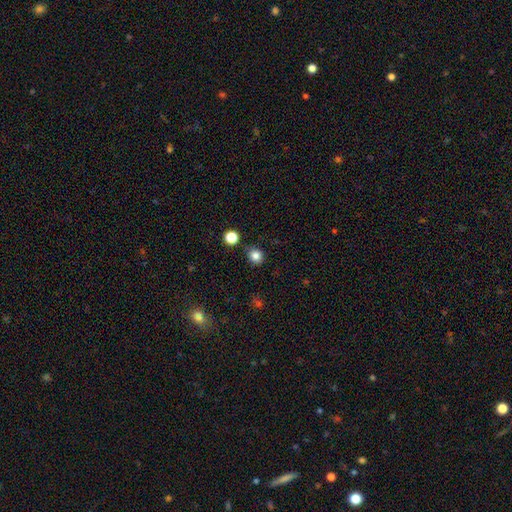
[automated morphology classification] smooth 83%, star or artifact 12%, featured or disk 5%. Down the decision tree: how rounded — round (79%); merging — none (84%).